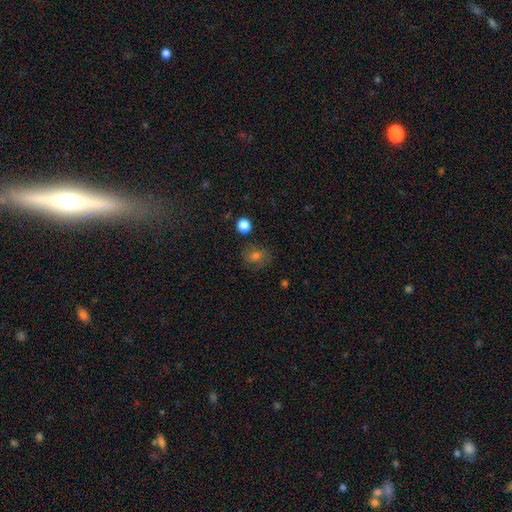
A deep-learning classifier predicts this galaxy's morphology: Smooth or featured? smooth (58%)
How rounded? round (63%)
Merging? none (75%)